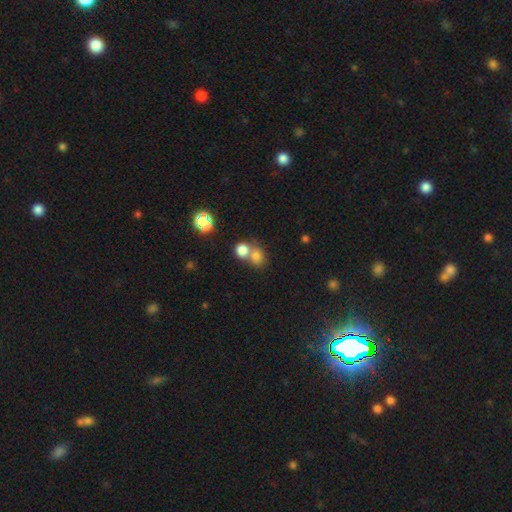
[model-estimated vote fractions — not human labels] A smooth galaxy with no disk features (76%) that is round (72%). Merging: merger (52%).